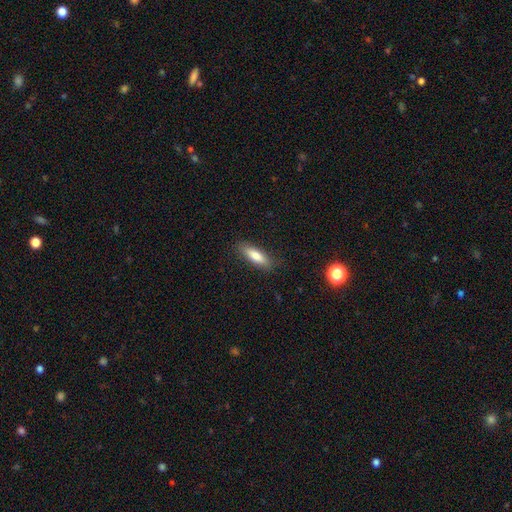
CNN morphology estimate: smooth-or-featured: smooth: 79% | featured or disk: 15% | star or artifact: 6%
  how-rounded: cigar-shaped: 51% | in between: 48% | round: 2%
  merging: none: 84% | minor disturbance: 12% | major disturbance: 3% | merger: 1%